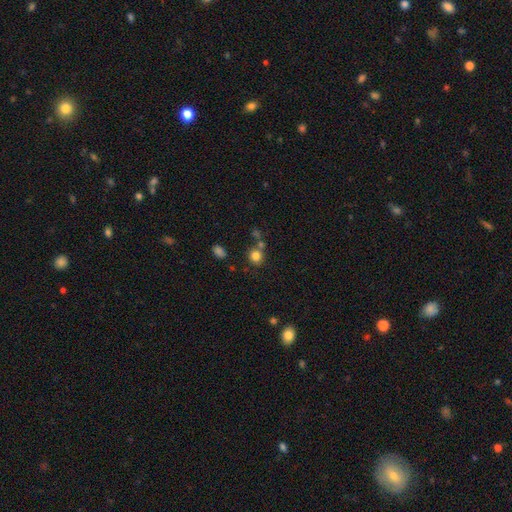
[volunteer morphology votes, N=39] Smooth or featured? smooth (87%)
How rounded? round (91%)
Merging? none (61%)